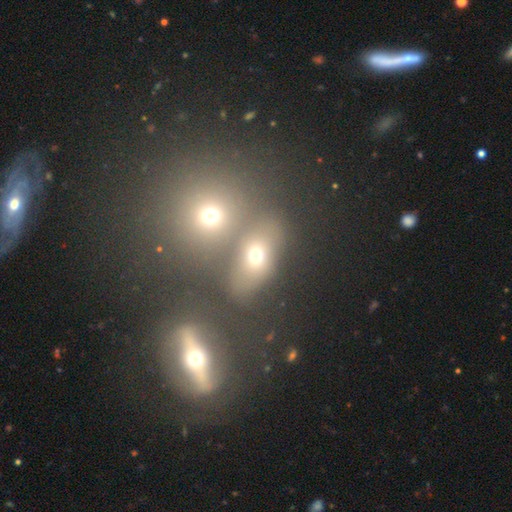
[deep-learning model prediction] This appears to be a smooth galaxy with no disk features (64%) that is round (49%, tied with in between). Merging: none (45%).